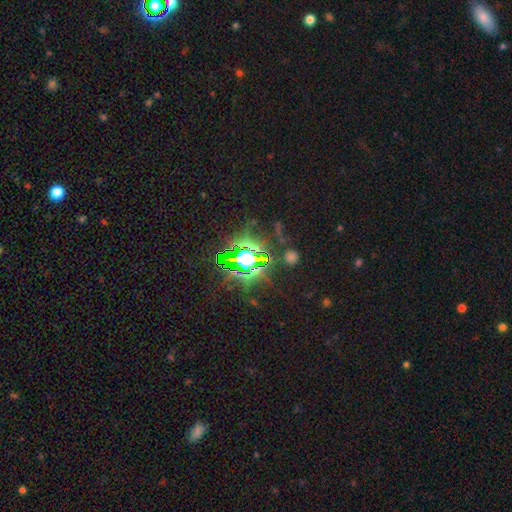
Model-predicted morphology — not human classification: Smooth or featured? Predicted: star or artifact (p=0.80).